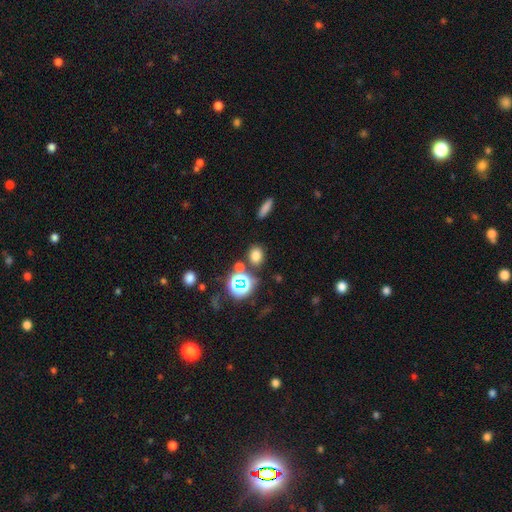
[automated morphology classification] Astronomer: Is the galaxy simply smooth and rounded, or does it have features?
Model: smooth — 72%.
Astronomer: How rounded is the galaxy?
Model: round — 57% (runner-up: in between, 42%).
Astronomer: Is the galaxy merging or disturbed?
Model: none — 78%.